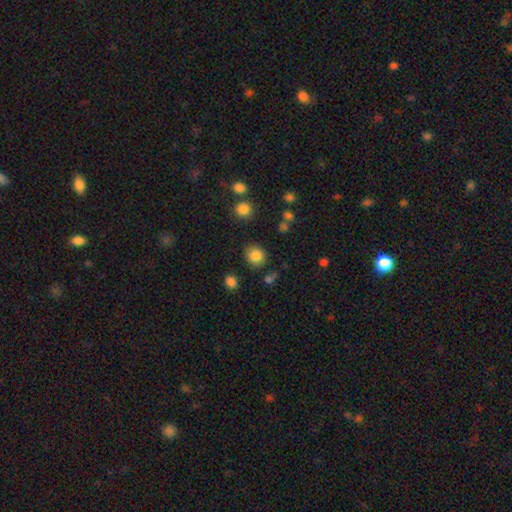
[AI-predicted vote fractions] This appears to be a smooth galaxy with no disk features (83%) that is round (85%). Merging: none (83%).